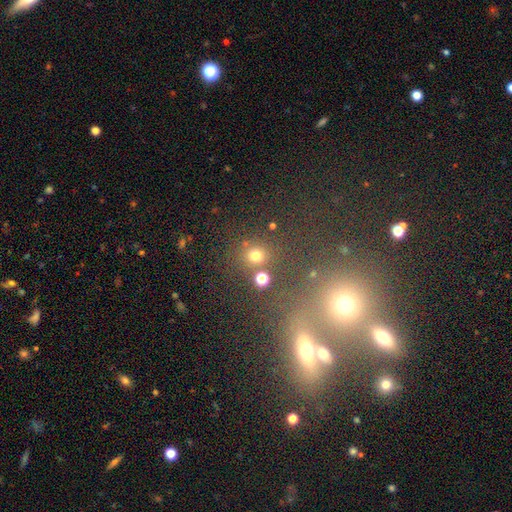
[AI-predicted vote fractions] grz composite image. It shows a smooth galaxy with no disk features (67%) that is round (88%). Merging: none (75%).